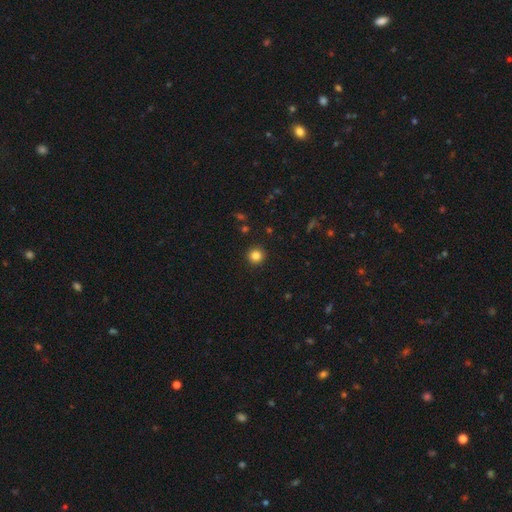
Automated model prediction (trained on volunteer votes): smooth_or_featured: smooth (p=0.84) [alt: star or artifact p=0.12]
how_rounded: round (p=0.94) [alt: in between p=0.05]
merging: none (p=0.93) [alt: minor disturbance p=0.04]